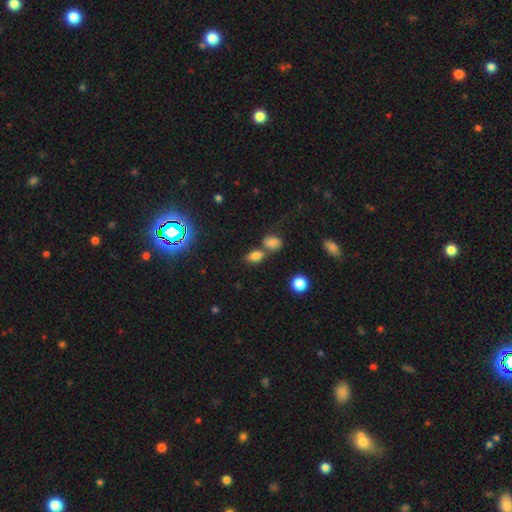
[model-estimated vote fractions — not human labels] Morphology: type=smooth (76%); roundness=in between (84%); merging=none (52%).